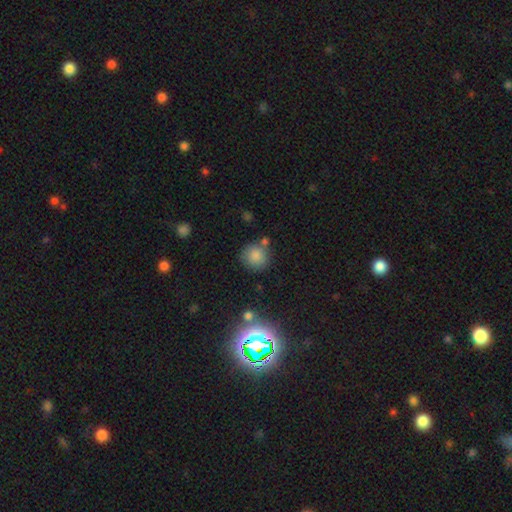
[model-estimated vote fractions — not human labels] Morphology: type=smooth (83%); roundness=round (89%); merging=none (72%).